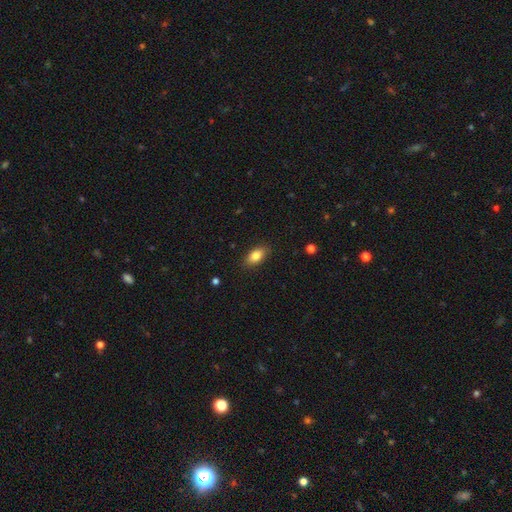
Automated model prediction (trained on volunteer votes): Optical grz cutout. It shows a smooth galaxy with no disk features (85%) that is in between round and cigar-shaped (90%). Merging: none (86%).